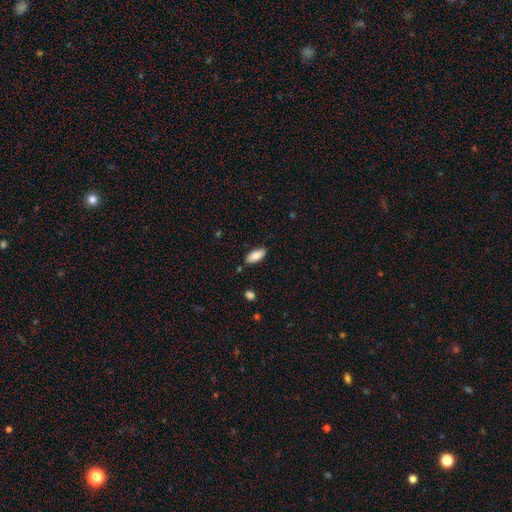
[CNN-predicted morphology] Smooth or featured?
  - smooth: 88% *
  - star or artifact: 6%
  - featured or disk: 6%
How rounded?
  - in between: 88% *
  - cigar-shaped: 10%
  - round: 2%
Merging?
  - none: 83% *
  - minor disturbance: 13%
  - major disturbance: 2%
  - merger: 2%